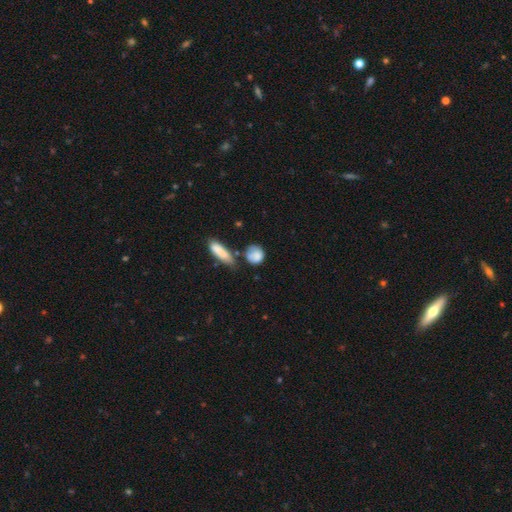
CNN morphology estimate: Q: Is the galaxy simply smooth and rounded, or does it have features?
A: smooth — 82%.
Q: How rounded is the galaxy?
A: round — 67%.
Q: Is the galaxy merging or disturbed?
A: none — 49%.